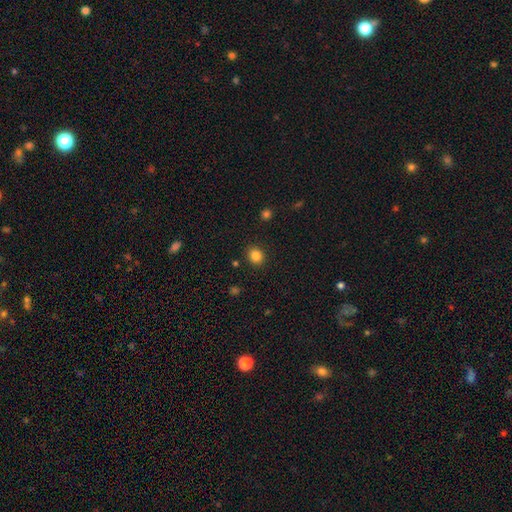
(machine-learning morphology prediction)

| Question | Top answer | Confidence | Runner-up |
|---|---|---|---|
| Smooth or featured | smooth | 84% | star or artifact (12%) |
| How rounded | round | 74% | in between (26%) |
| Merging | none | 90% | minor disturbance (7%) |